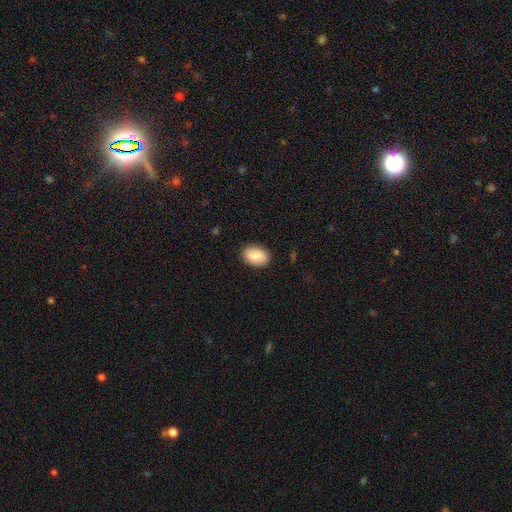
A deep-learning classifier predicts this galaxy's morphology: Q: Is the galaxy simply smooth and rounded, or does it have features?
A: smooth — 84%.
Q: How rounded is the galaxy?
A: in between — 84%.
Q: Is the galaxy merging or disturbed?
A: none — 87%.